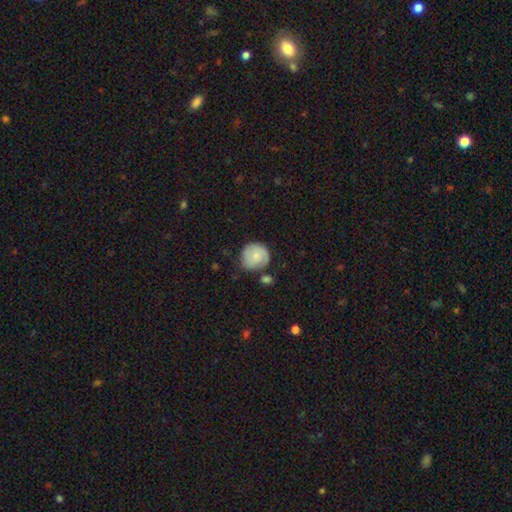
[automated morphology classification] Overall: smooth (64%; featured or disk 29%). How rounded: round (87%). Merging: none (63%).